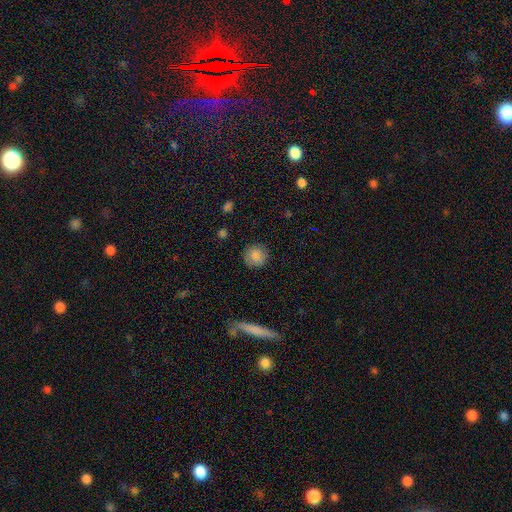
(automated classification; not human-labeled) A smooth galaxy with no disk features (85%) that is round (92%). Merging: none (87%).